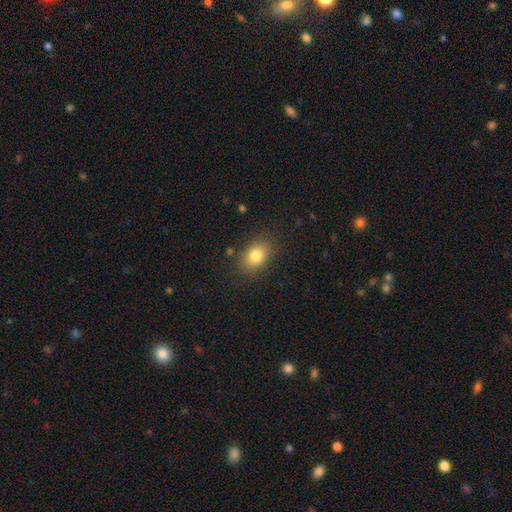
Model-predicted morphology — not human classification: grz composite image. It shows a smooth galaxy with no disk features (82%) that is in between round and cigar-shaped (74%). Merging: none (83%).